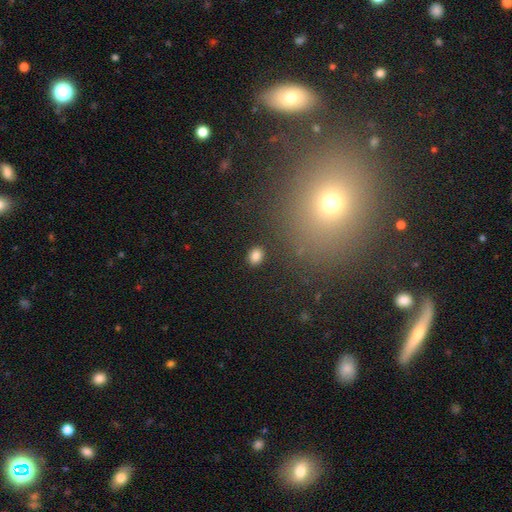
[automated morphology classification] smooth 84%, star or artifact 11%, featured or disk 5%. Down the decision tree: how rounded — in between (61%); merging — none (87%).